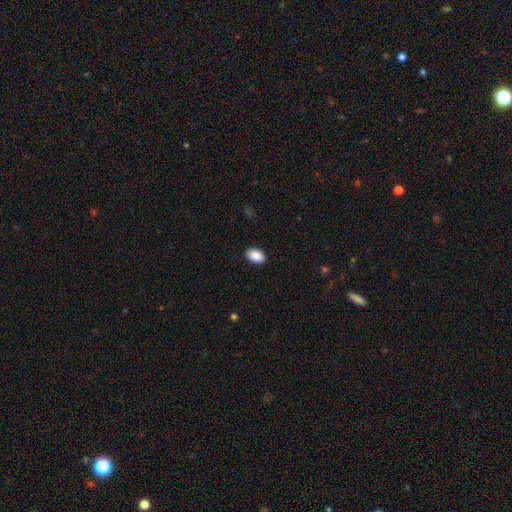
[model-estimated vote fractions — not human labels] smooth_or_featured: smooth (p=0.90) [alt: star or artifact p=0.07]
how_rounded: in between (p=0.87) [alt: round p=0.11]
merging: none (p=0.90) [alt: minor disturbance p=0.07]